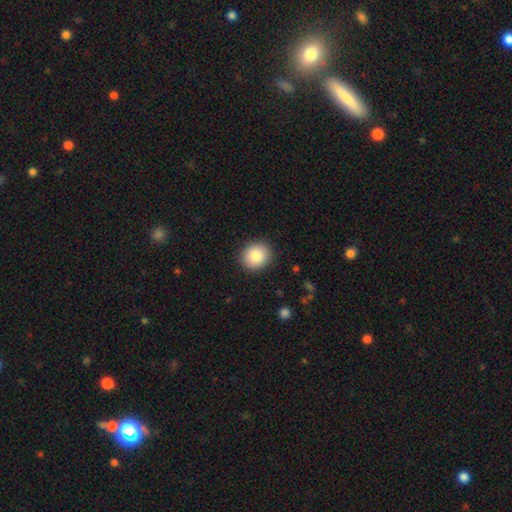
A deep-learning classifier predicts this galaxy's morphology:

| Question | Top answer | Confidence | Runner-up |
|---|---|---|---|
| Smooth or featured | smooth | 85% | star or artifact (8%) |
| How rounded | round | 79% | in between (20%) |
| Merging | none | 90% | minor disturbance (7%) |